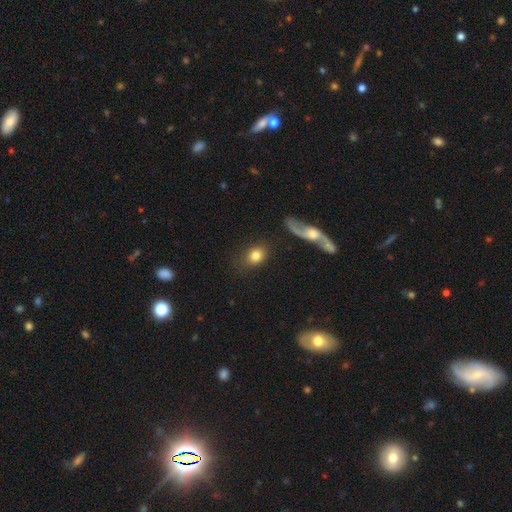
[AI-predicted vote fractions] This appears to be a smooth galaxy with no disk features (79%) that is in between round and cigar-shaped (51%). Merging: none (76%).